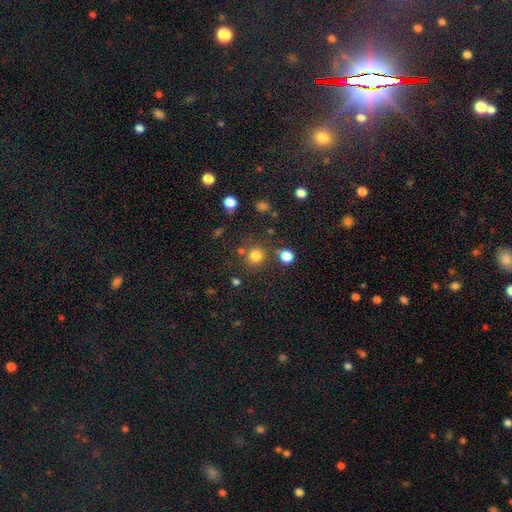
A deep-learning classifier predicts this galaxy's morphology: Smooth or featured?
  - smooth: 79% *
  - star or artifact: 15%
  - featured or disk: 6%
How rounded?
  - round: 91% *
  - in between: 8%
  - cigar-shaped: 1%
Merging?
  - none: 78% *
  - merger: 9%
  - minor disturbance: 9%
  - major disturbance: 4%